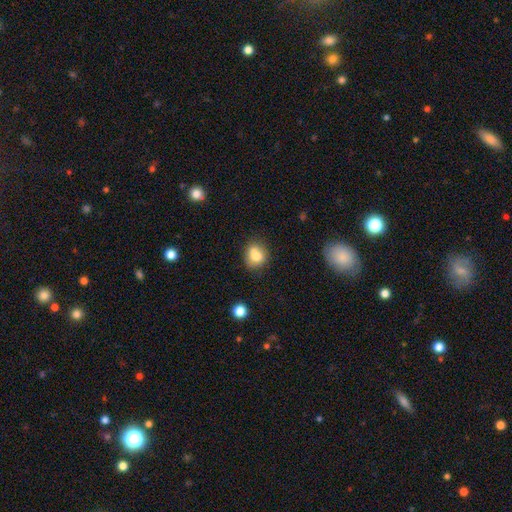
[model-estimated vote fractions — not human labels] Smooth or featured? smooth (75%)
How rounded? round (66%)
Merging? none (55%)